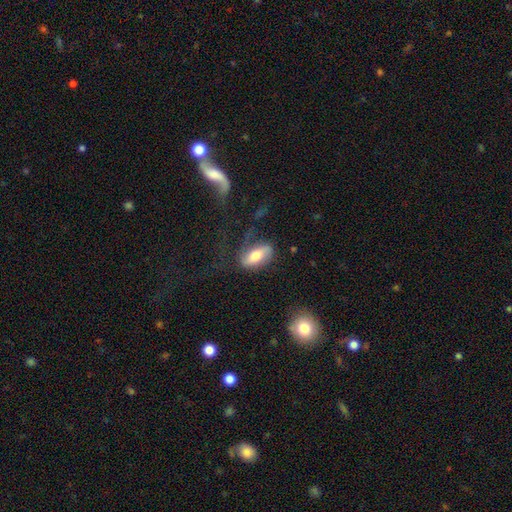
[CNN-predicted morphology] This appears to be a smooth galaxy with no disk features (53%) that is in between round and cigar-shaped (85%). Merging: none (52%).